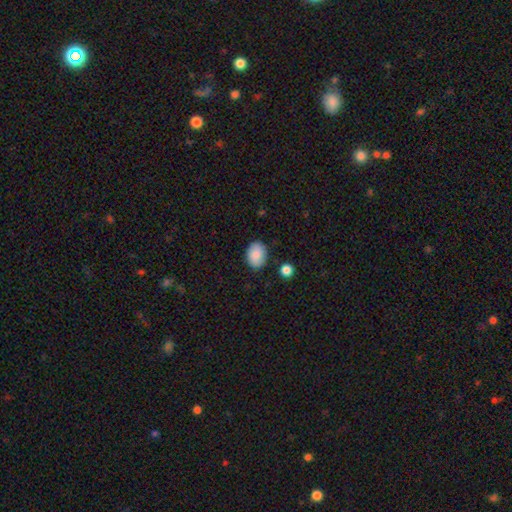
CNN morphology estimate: This is clearly a smooth galaxy (87%). How rounded: likely in between (74%). Merging: clearly none (83%).